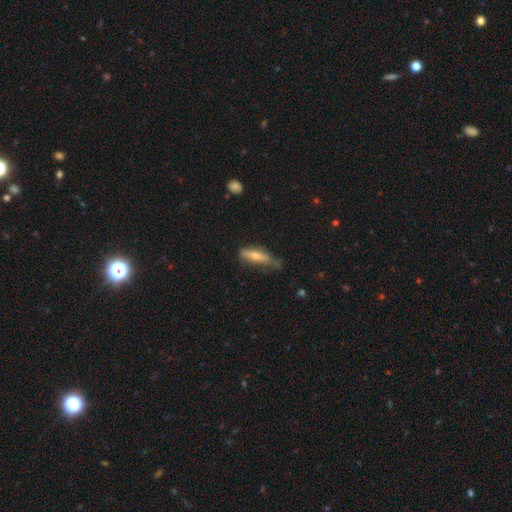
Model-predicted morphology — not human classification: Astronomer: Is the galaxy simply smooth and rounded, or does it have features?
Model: smooth — 67%.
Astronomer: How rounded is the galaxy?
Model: cigar-shaped — 67%.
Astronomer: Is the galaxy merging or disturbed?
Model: none — 49% (runner-up: minor disturbance, 35%).